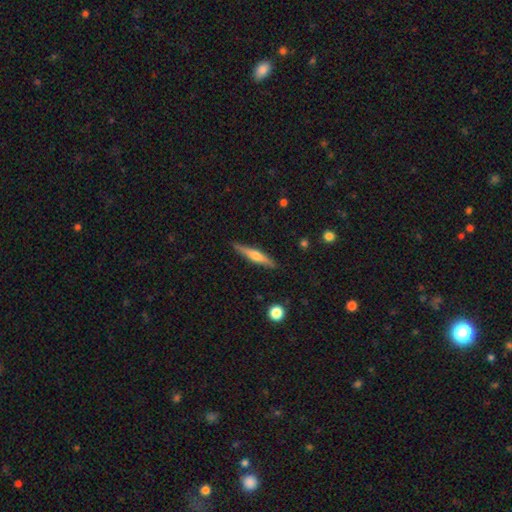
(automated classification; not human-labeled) The model was most divided on "smooth or featured": featured or disk: 53%, smooth: 41%, star or artifact: 6%. More confident: edge-on disk — yes (96%); merging — none (88%); edge-on bulge — rounded (81%).